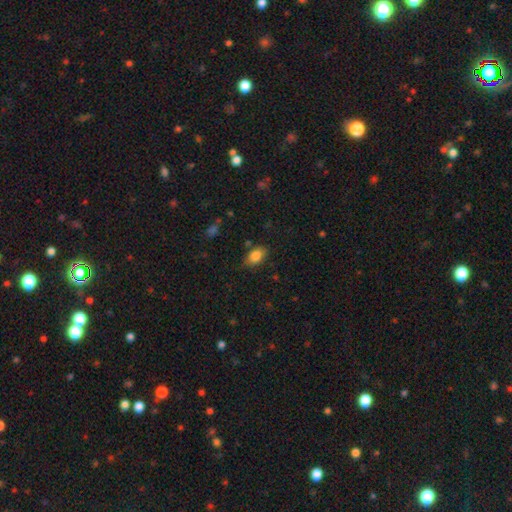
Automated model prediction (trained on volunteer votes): This appears to be a smooth galaxy with no disk features (84%) that is in between round and cigar-shaped (86%). Merging: none (76%).